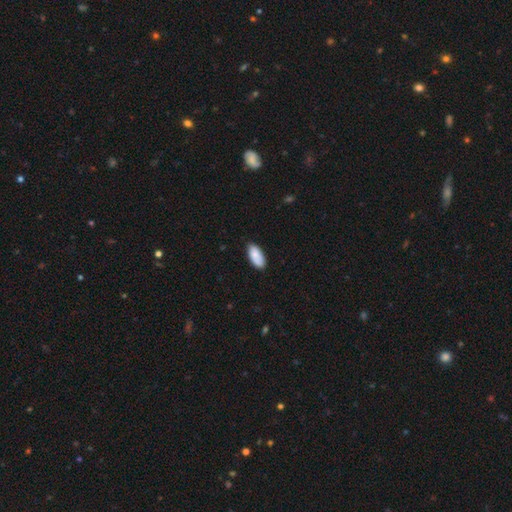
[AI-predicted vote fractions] Smooth or featured: smooth — 85% (featured or disk — 9%)
How rounded: in between — 92% (cigar-shaped — 6%)
Merging: none — 80% (minor disturbance — 16%)